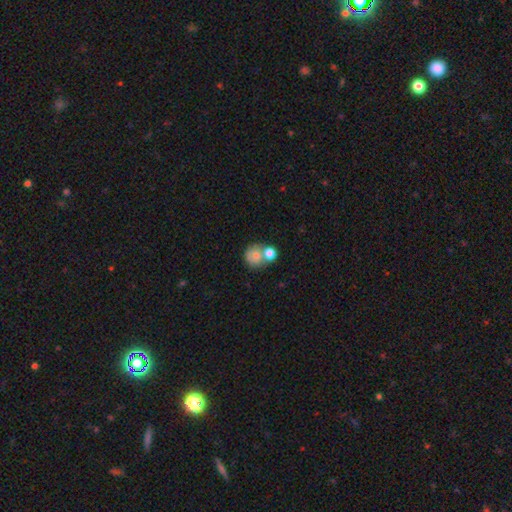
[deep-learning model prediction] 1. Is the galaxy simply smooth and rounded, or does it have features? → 63% smooth, 28% featured or disk, 9% star or artifact.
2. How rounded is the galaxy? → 82% round, 17% in between, 1% cigar-shaped.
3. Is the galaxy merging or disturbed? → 45% merger, 38% none, 12% minor disturbance, 6% major disturbance.